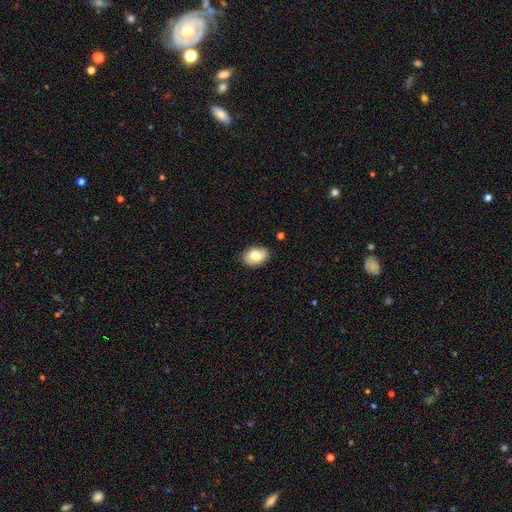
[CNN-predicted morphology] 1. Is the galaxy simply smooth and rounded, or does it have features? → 79% smooth, 14% featured or disk, 7% star or artifact.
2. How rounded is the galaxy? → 84% in between, 15% round, 1% cigar-shaped.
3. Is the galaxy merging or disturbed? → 84% none, 12% minor disturbance, 2% major disturbance, 1% merger.